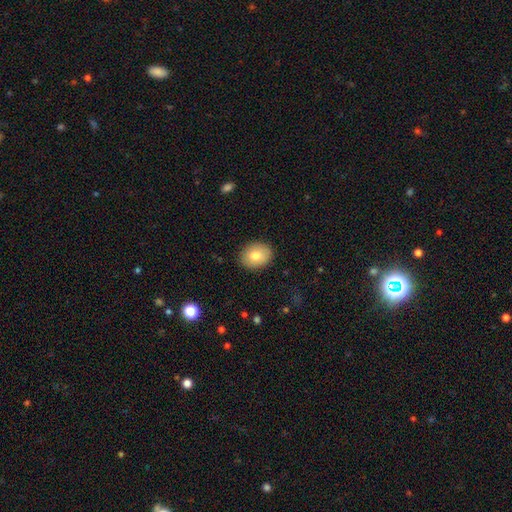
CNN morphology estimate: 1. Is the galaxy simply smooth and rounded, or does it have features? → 79% smooth, 13% featured or disk, 8% star or artifact.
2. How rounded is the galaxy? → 59% in between, 40% round, 1% cigar-shaped.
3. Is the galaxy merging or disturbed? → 88% none, 8% minor disturbance, 2% major disturbance, 1% merger.